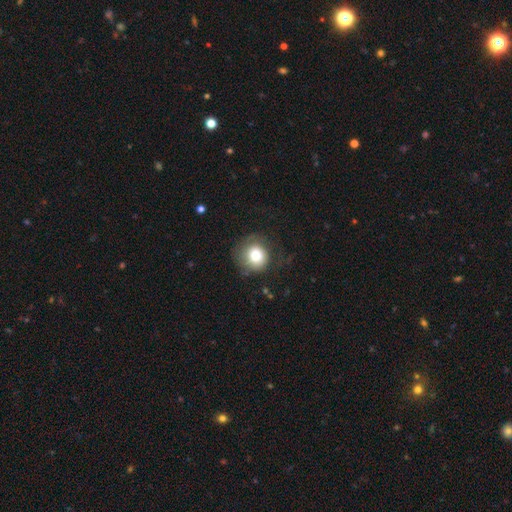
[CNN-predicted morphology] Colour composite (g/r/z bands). It shows a smooth galaxy with no disk features (77%) that is round (87%). Merging: none (63%).